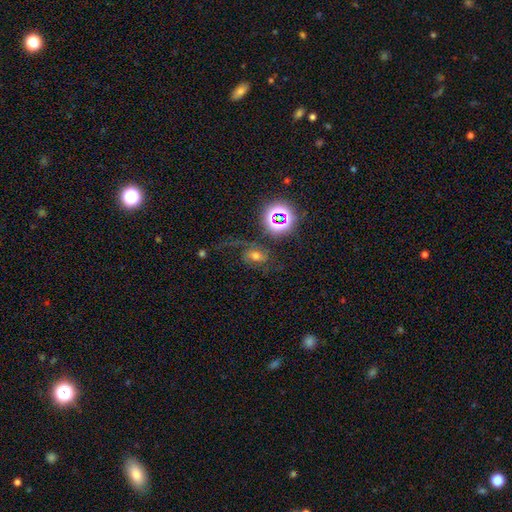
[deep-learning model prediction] This appears to be a smooth galaxy with no disk features (45%). Merging: none (49%).